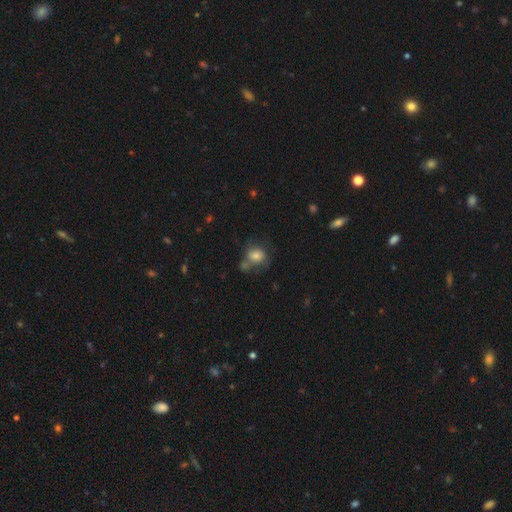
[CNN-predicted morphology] Smooth or featured? Predicted: smooth (p=0.72). How rounded? Predicted: round (p=0.64). Merging? Predicted: none (p=0.43).